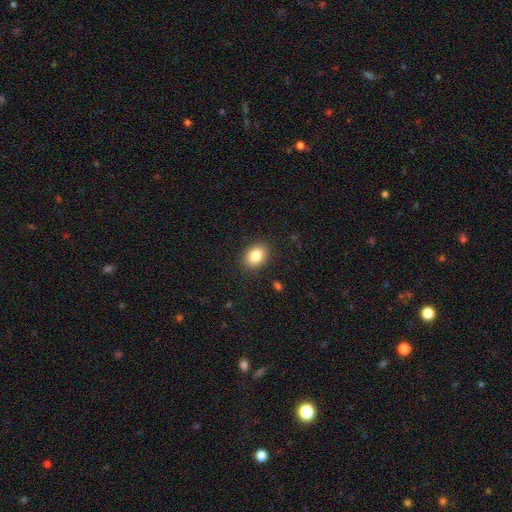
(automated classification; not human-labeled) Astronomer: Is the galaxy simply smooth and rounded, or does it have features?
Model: smooth — 85%.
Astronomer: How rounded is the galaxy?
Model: in between — 63%.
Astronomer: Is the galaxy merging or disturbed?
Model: none — 88%.